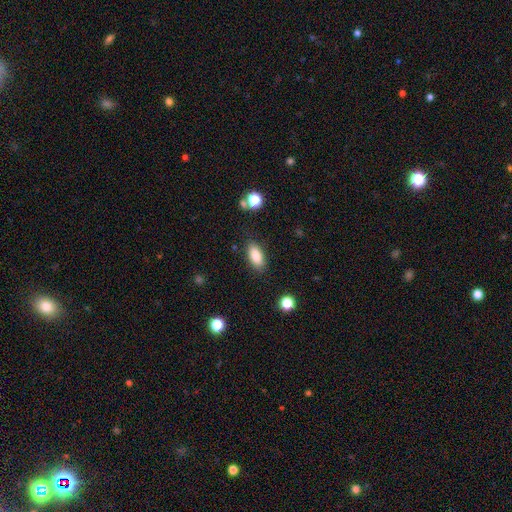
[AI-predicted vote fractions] The model was most divided on "merging": none: 84%, minor disturbance: 11%, major disturbance: 3%, merger: 2%. More confident: how rounded — in between (88%); smooth or featured — smooth (86%).